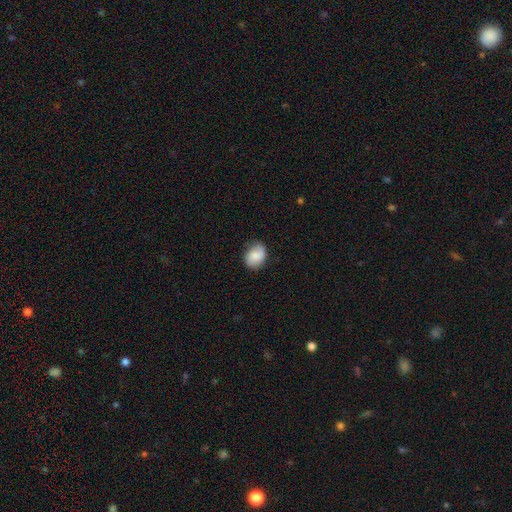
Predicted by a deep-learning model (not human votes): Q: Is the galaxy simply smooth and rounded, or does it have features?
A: smooth — 70%.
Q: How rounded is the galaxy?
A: in between — 56%.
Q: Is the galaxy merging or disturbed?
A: none — 72%.